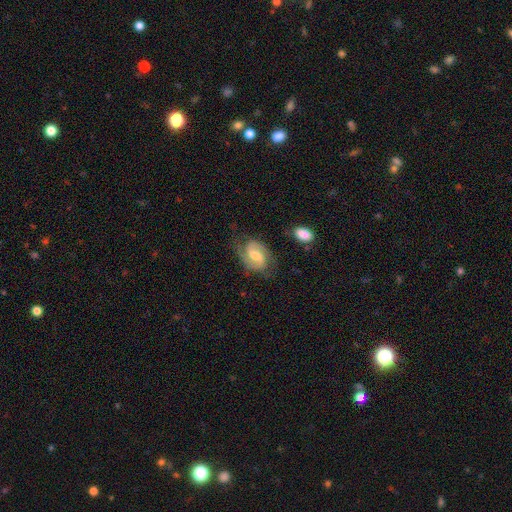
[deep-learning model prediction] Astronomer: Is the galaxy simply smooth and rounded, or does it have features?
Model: featured or disk — 83%.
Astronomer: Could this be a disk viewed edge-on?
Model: no — 98%.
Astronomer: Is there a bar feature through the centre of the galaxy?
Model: weak — 54%.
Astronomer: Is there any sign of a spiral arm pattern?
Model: yes — 96%.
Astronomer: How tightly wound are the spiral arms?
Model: medium — 55%.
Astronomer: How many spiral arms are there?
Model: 2 — 90%.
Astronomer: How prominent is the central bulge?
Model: moderate — 55%.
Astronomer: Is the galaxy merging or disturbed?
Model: none — 72%.